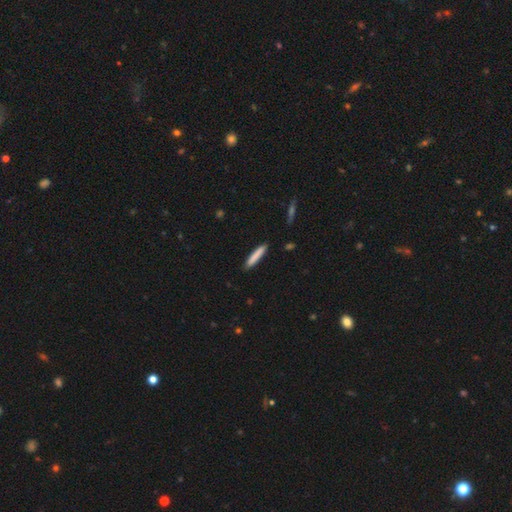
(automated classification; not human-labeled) smooth 83%, featured or disk 11%, star or artifact 6%. Down the decision tree: how rounded — cigar-shaped (92%); merging — none (90%).